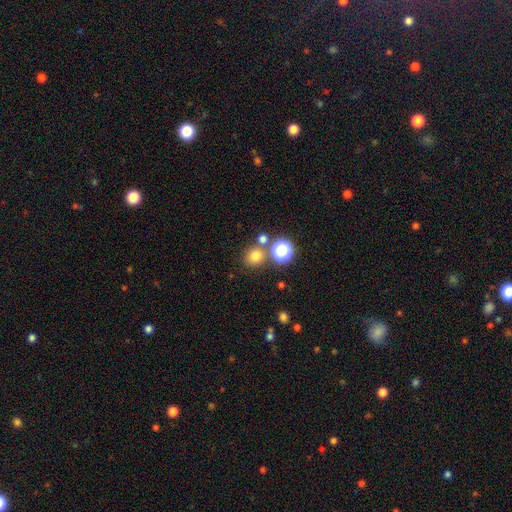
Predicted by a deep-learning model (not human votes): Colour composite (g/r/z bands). It shows a smooth galaxy with no disk features (74%) that is round (85%). Merging: none (72%).